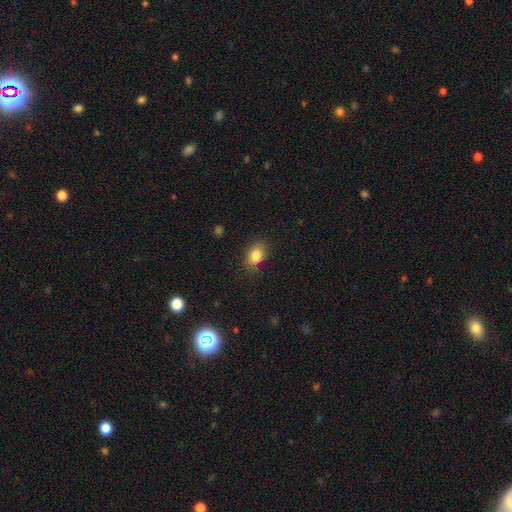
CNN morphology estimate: This is clearly a smooth galaxy (84%). How rounded: likely in between (78%). Merging: clearly none (81%).